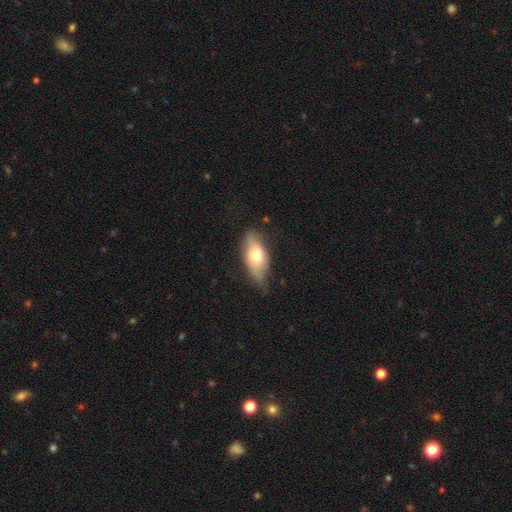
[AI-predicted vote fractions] The model was most divided on "smooth or featured": smooth: 63%, featured or disk: 30%, star or artifact: 6%. More confident: how rounded — in between (86%); merging — none (64%).